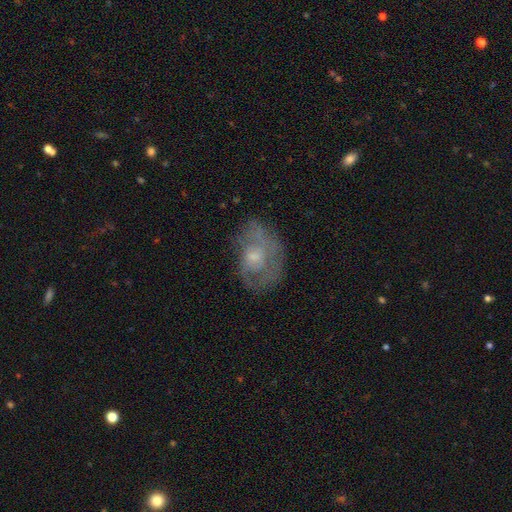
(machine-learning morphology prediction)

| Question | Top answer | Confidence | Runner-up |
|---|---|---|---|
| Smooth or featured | featured or disk | 62% | smooth (29%) |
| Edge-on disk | no | 96% | yes (4%) |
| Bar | no | 78% | weak (20%) |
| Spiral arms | yes | 60% | no (40%) |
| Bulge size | small | 53% | moderate (35%) |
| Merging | none | 54% | minor disturbance (24%) |